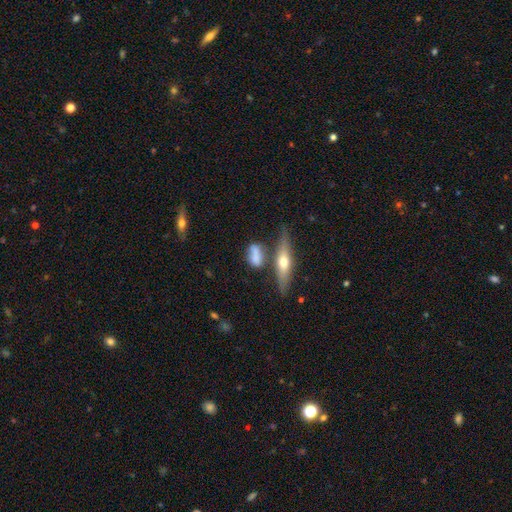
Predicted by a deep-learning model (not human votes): This appears to be a smooth galaxy with no disk features (67%) that is in between round and cigar-shaped (60%). Merging: none (51%).